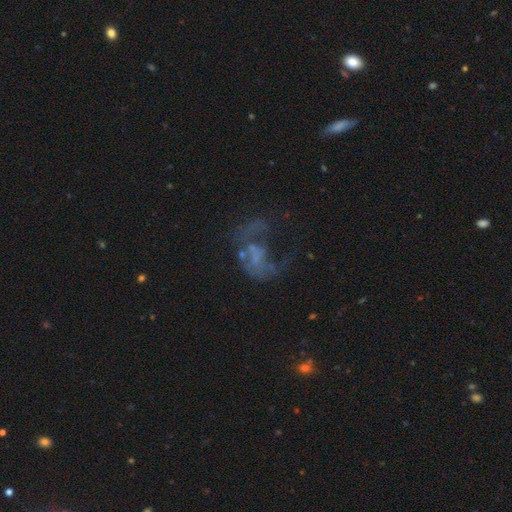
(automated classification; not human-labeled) Smooth or featured? featured or disk (57%)
Edge-on disk? no (97%)
Bar? no (82%)
Spiral arms? no (67%)
Bulge size? none (71%)
Merging? major disturbance (48%)